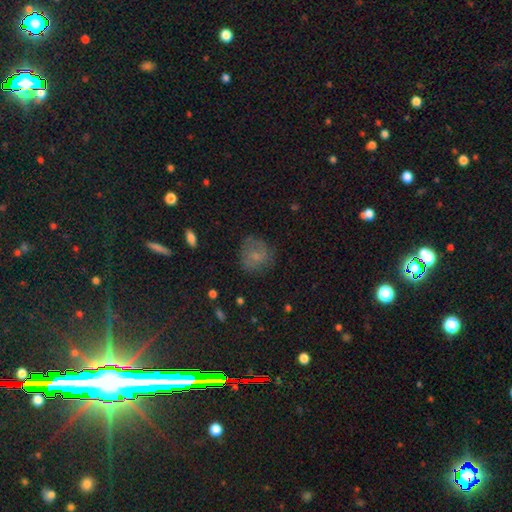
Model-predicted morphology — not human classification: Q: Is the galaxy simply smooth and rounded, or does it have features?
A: smooth — 57%.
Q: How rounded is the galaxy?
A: round — 78%.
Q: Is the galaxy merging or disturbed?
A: none — 66%.